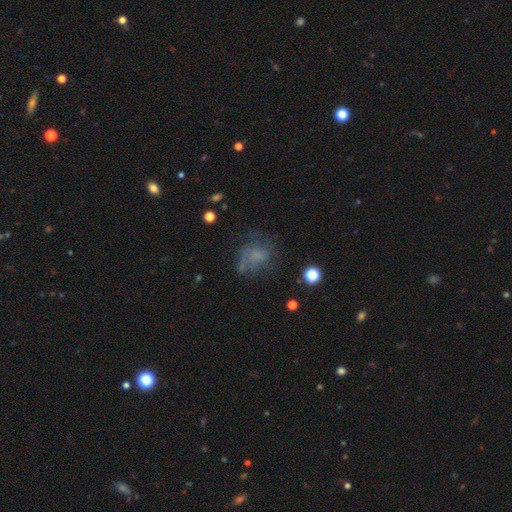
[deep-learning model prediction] smooth 47%, featured or disk 36%, star or artifact 17%. Down the decision tree: merging — none (47%).